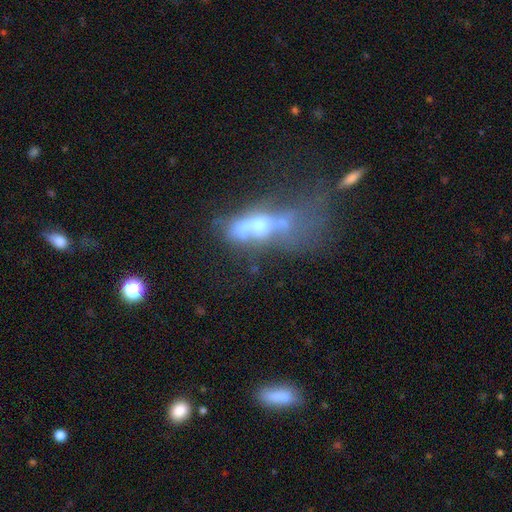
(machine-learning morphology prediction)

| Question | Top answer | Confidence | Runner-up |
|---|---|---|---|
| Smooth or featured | featured or disk | 46% | smooth (36%) |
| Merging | merger | 45% | major disturbance (31%) |